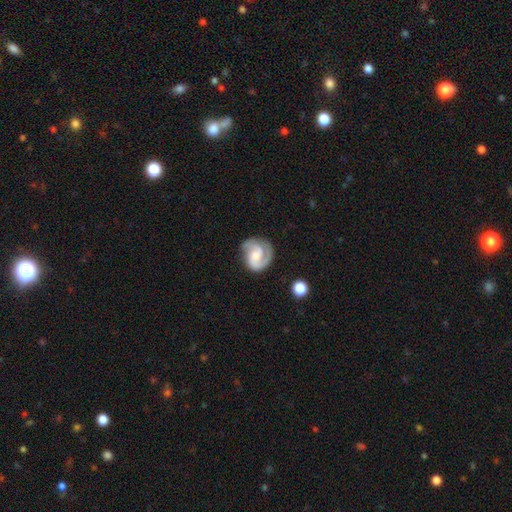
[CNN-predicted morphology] This is clearly a featured or disk galaxy (81%). It is clearly not viewed edge-on (98%). Bar: possibly no (53%). Spiral arm pattern: clearly yes (96%). Spiral arm count: likely 2 (76%). Spiral winding: possibly medium (46%). Central bulge: marginally small (39%). Merging: likely none (69%).